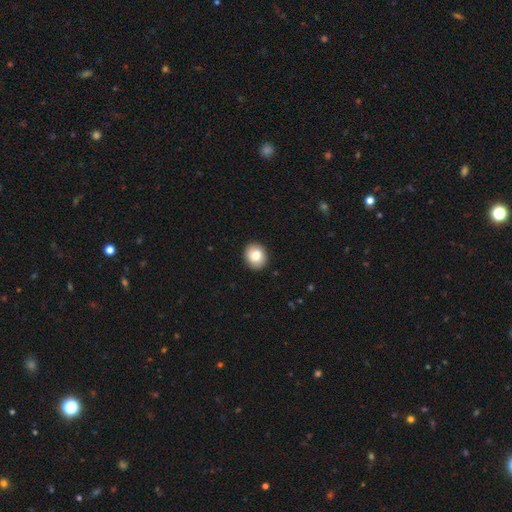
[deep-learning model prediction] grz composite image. It shows a smooth galaxy with no disk features (82%) that is round (67%). Merging: none (90%).